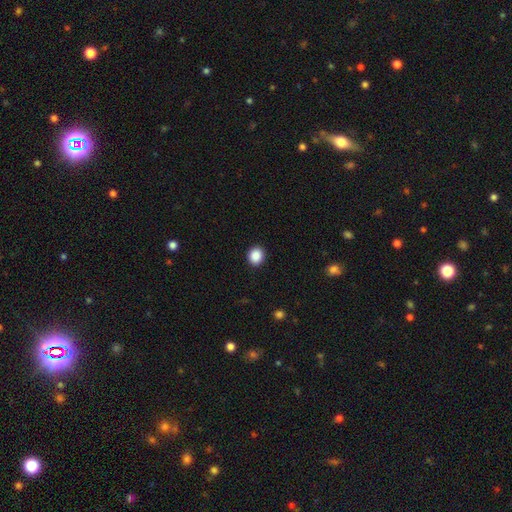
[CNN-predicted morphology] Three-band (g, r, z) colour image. It shows a smooth galaxy with no disk features (88%) that is round (81%). Merging: none (92%).